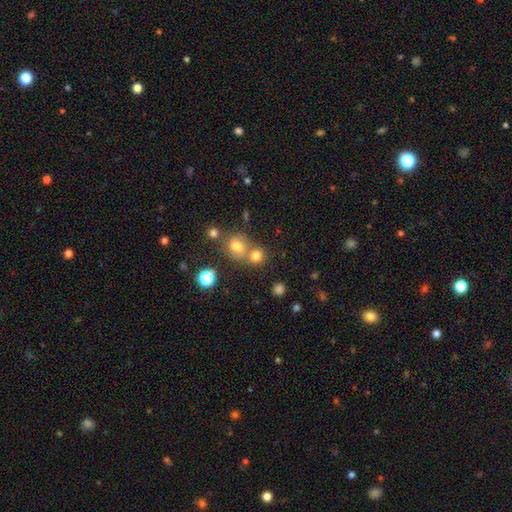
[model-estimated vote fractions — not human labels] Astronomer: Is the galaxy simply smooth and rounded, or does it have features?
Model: smooth — 74%.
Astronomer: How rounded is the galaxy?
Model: round — 82%.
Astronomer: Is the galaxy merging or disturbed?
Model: none — 54% (runner-up: merger, 34%).